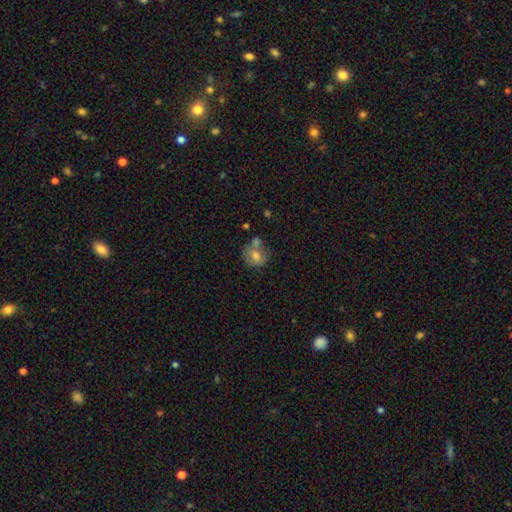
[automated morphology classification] smooth 69%, featured or disk 21%, star or artifact 10%. Down the decision tree: how rounded — round (70%); merging — none (47%).